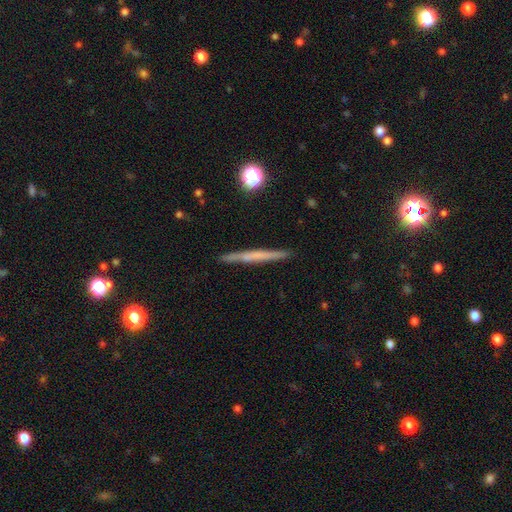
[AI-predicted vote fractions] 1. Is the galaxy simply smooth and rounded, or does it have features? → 47% featured or disk, 45% smooth, 7% star or artifact.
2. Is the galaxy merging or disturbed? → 90% none, 7% minor disturbance, 2% major disturbance, 1% merger.